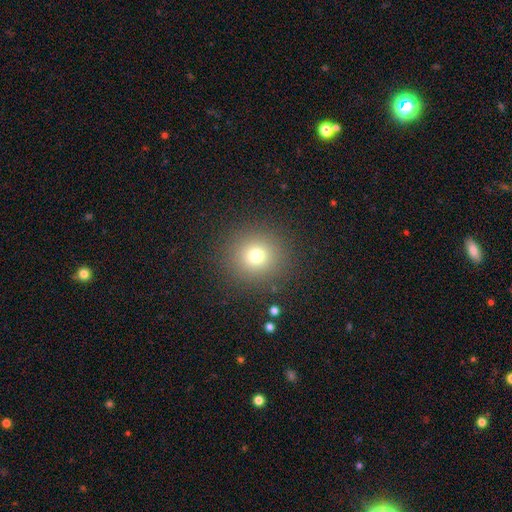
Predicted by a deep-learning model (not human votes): smooth_or_featured: smooth (p=0.73) [alt: star or artifact p=0.17]
how_rounded: round (p=0.92) [alt: in between p=0.07]
merging: none (p=0.89) [alt: minor disturbance p=0.06]